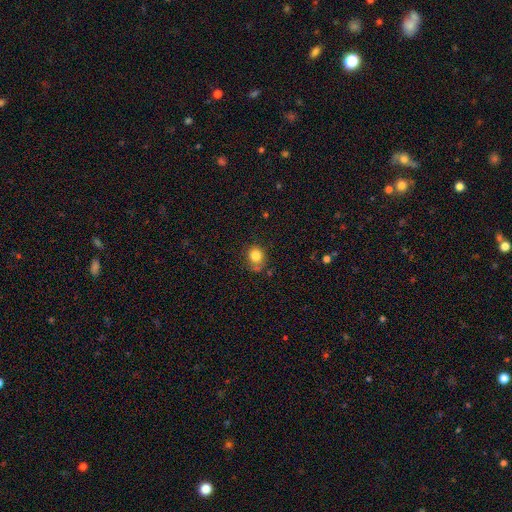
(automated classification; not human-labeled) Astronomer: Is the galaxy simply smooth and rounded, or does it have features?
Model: smooth — 82%.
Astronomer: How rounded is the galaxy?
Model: round — 72%.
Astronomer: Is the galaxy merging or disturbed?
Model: none — 65%.